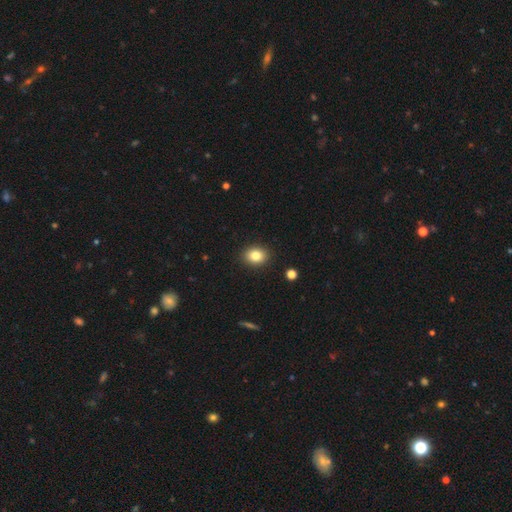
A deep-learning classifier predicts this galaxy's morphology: Smooth or featured: smooth — 83% (star or artifact — 10%)
How rounded: in between — 55% (round — 44%)
Merging: none — 90% (minor disturbance — 7%)